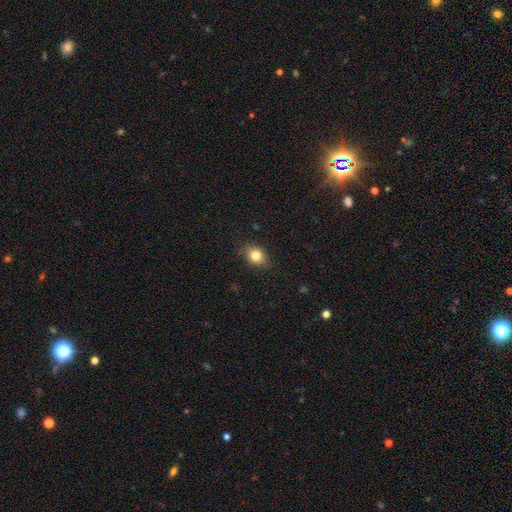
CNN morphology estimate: Smooth or featured?
  - smooth: 81% *
  - star or artifact: 10%
  - featured or disk: 8%
How rounded?
  - in between: 56% *
  - round: 42%
  - cigar-shaped: 1%
Merging?
  - none: 85% *
  - minor disturbance: 12%
  - major disturbance: 2%
  - merger: 1%